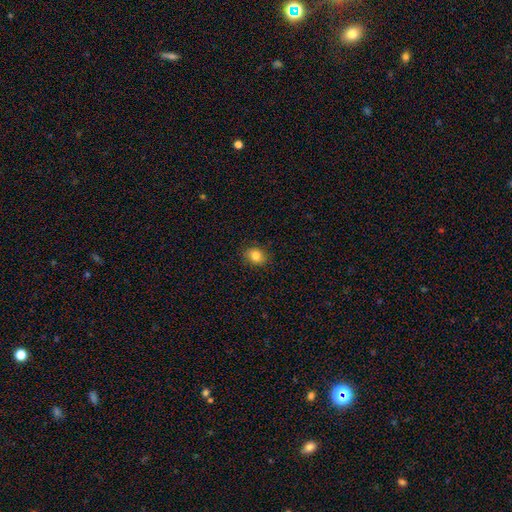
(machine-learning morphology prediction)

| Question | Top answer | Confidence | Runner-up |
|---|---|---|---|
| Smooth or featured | smooth | 83% | star or artifact (11%) |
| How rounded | round | 60% | in between (39%) |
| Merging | none | 88% | minor disturbance (9%) |